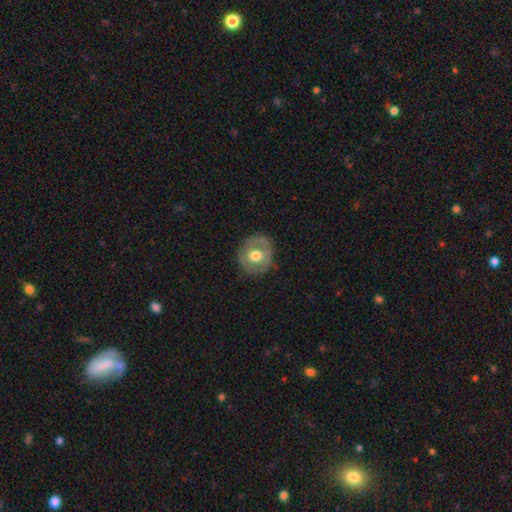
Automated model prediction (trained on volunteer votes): This appears to be a smooth galaxy with no disk features (48%). Merging: none (78%).